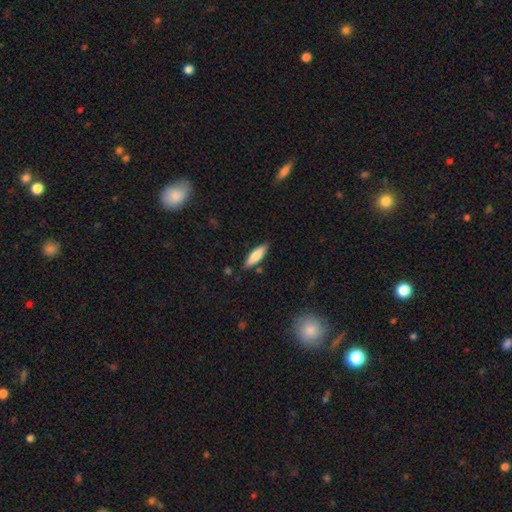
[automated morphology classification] A smooth galaxy with no disk features (78%) that is cigar-shaped (55%).

Vote fractions:
- Smooth or featured? smooth: 78% / featured or disk: 16% / star or artifact: 6%
- How rounded? cigar-shaped: 55% / in between: 44% / round: 2%
- Merging? none: 84% / minor disturbance: 12% / merger: 3% / major disturbance: 2%